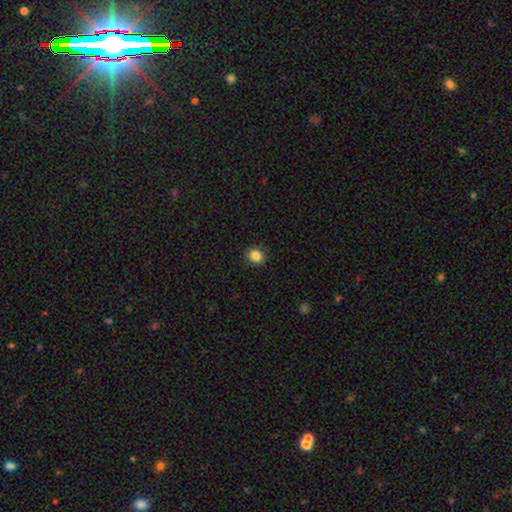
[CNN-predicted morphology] smooth_or_featured: smooth (p=0.85) [alt: star or artifact p=0.11]
how_rounded: round (p=0.83) [alt: in between p=0.16]
merging: none (p=0.90) [alt: minor disturbance p=0.07]